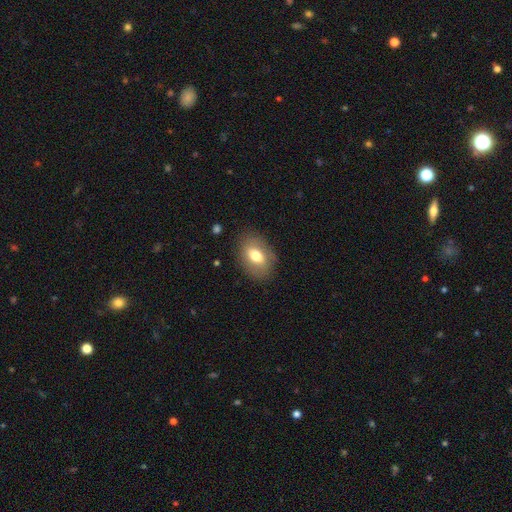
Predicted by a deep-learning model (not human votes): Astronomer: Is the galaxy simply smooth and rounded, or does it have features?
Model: smooth — 70%.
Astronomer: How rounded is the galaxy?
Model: in between — 83%.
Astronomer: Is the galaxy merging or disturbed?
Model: none — 82%.